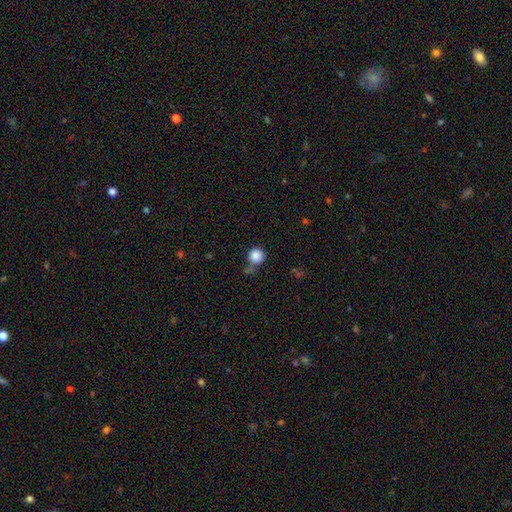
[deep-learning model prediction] smooth-or-featured: smooth: 86% | star or artifact: 10% | featured or disk: 4%
  how-rounded: round: 94% | in between: 5% | cigar-shaped: 1%
  merging: none: 66% | minor disturbance: 16% | merger: 12% | major disturbance: 6%